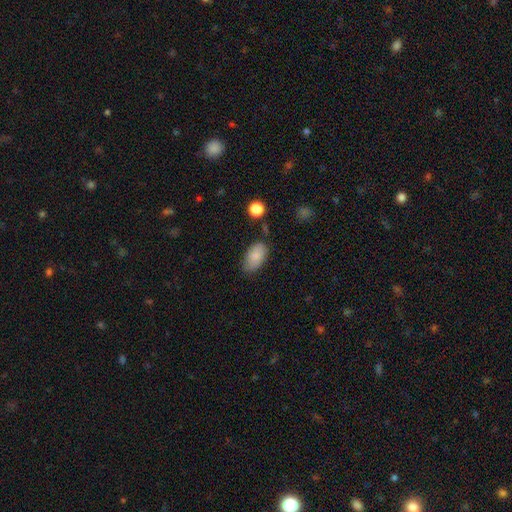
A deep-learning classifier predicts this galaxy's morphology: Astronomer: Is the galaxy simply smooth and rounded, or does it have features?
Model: smooth — 85%.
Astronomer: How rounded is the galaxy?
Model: in between — 93%.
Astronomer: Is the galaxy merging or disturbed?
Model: none — 75%.